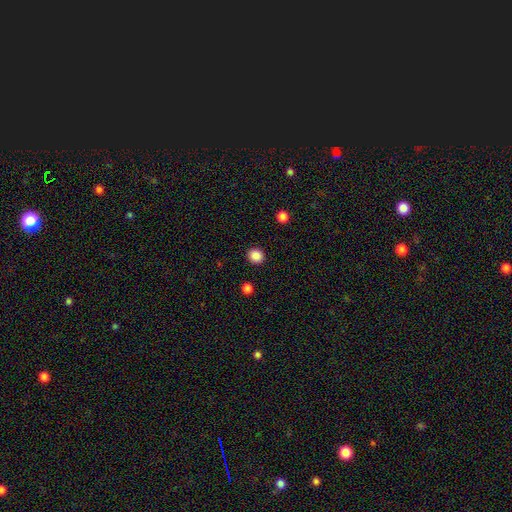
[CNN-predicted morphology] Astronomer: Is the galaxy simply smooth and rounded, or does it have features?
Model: smooth — 87%.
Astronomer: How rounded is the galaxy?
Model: round — 86%.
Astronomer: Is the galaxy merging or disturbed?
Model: none — 92%.